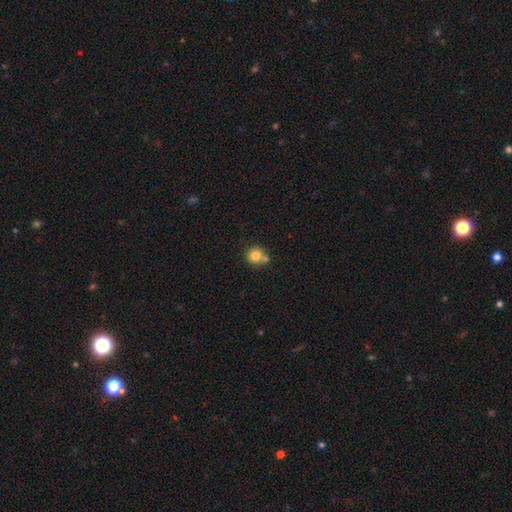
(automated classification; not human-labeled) The model was most divided on "merging": none: 58%, merger: 28%, minor disturbance: 11%, major disturbance: 3%. More confident: how rounded — round (92%); smooth or featured — smooth (81%).